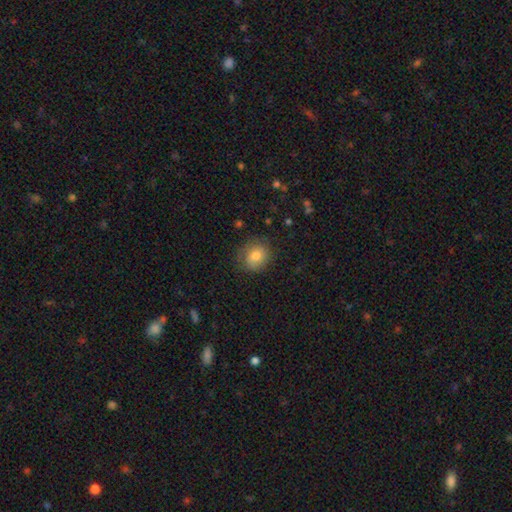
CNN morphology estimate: The model was most divided on "how rounded": round: 72%, in between: 27%, cigar-shaped: 1%. More confident: smooth or featured — smooth (78%); merging — none (75%).